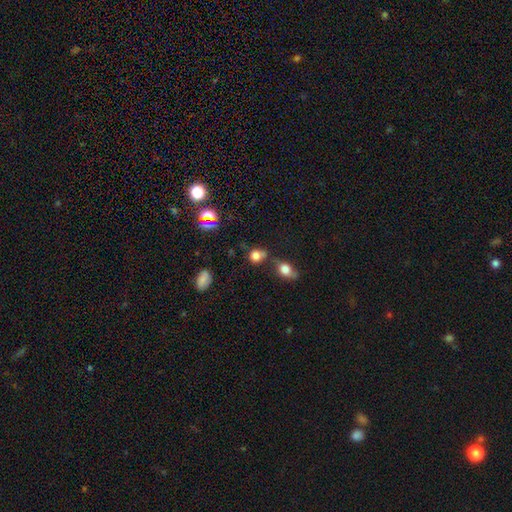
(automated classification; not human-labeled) This appears to be a smooth galaxy with no disk features (76%) that is round (65%). Merging: none (46%).